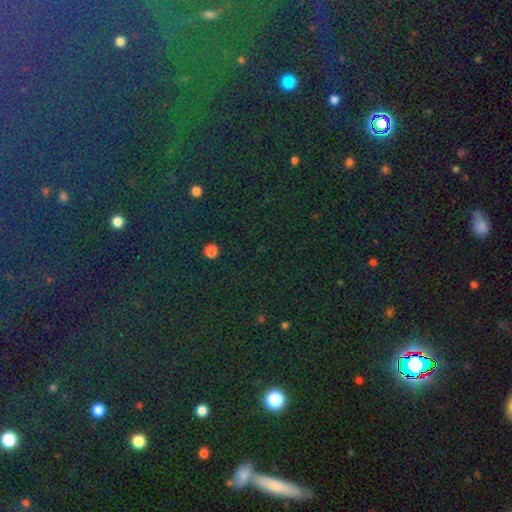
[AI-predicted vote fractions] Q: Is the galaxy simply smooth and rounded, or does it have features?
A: star or artifact — 79%.